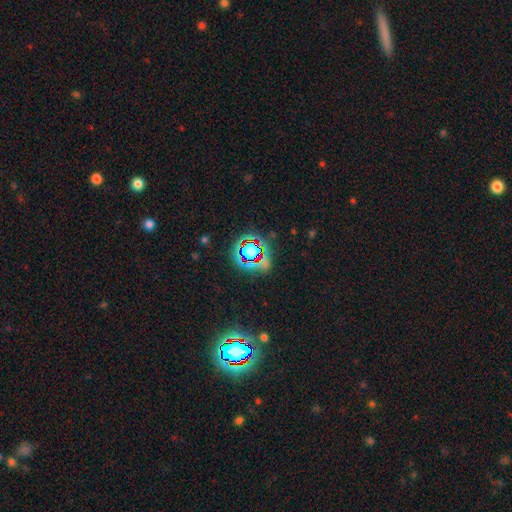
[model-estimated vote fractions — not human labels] Smooth or featured? star or artifact (77%)